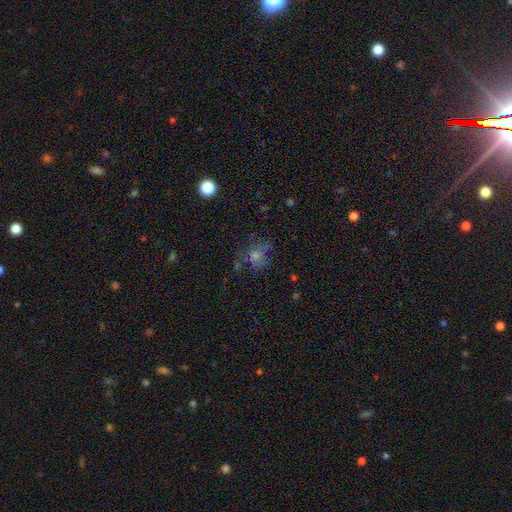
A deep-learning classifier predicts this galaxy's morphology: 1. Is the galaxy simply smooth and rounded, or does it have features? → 48% smooth, 27% star or artifact, 24% featured or disk.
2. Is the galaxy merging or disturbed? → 62% none, 19% minor disturbance, 14% major disturbance, 5% merger.